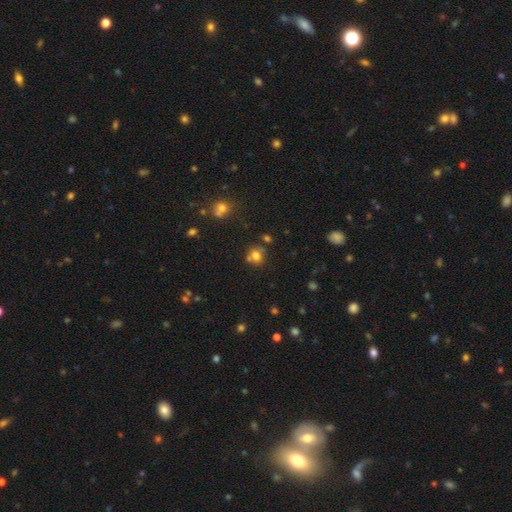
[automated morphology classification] Overall: smooth (72%). How rounded: round (79%). Merging: none (61%; merger 21%).